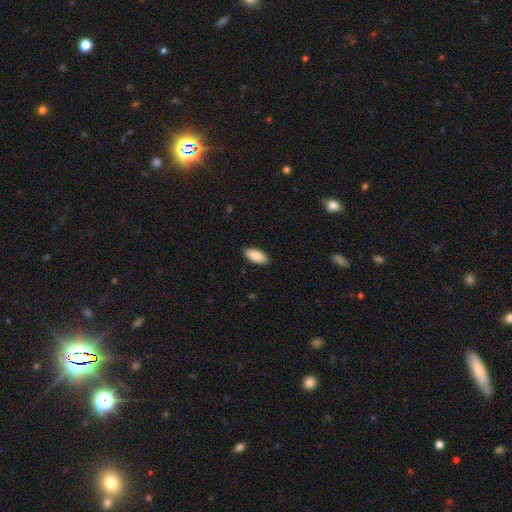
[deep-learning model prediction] Q: Smooth or featured?
A: smooth (87%); runner-up: featured or disk (7%)
Q: How rounded?
A: in between (91%); runner-up: cigar-shaped (7%)
Q: Merging?
A: none (89%); runner-up: minor disturbance (8%)